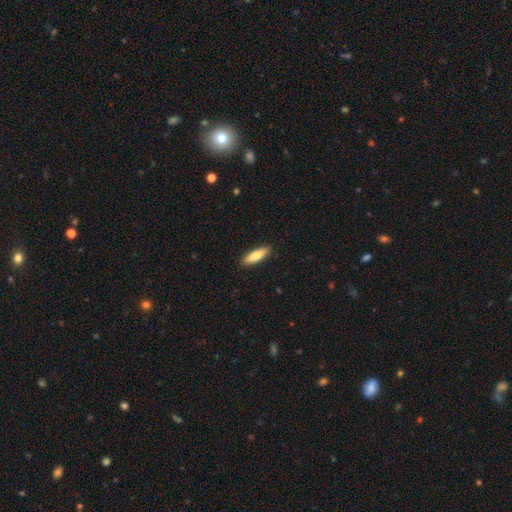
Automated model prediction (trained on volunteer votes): Smooth or featured? Predicted: smooth (p=0.77). How rounded? Predicted: cigar-shaped (p=0.59). Merging? Predicted: none (p=0.91).